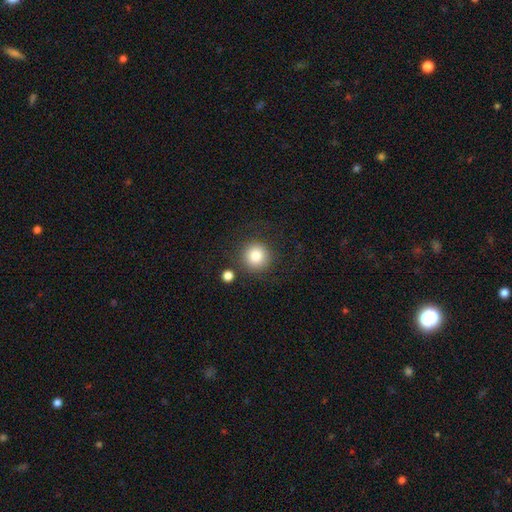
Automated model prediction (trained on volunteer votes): smooth-or-featured: smooth: 84% | star or artifact: 9% | featured or disk: 6%
  how-rounded: round: 94% | in between: 5% | cigar-shaped: 1%
  merging: none: 82% | minor disturbance: 9% | merger: 5% | major disturbance: 4%